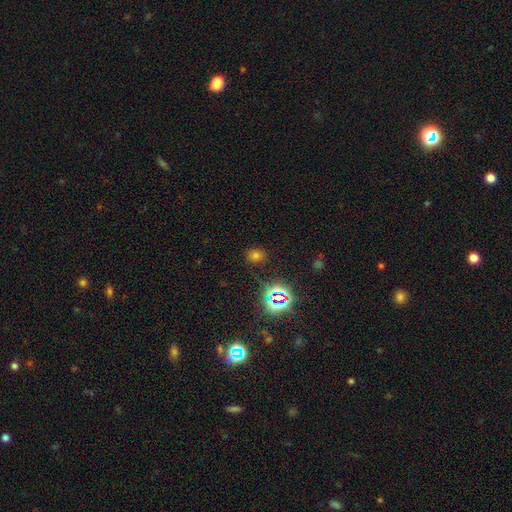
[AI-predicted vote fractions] smooth_or_featured: smooth (p=0.63) [alt: star or artifact p=0.30]
how_rounded: round (p=0.69) [alt: in between p=0.30]
merging: none (p=0.84) [alt: minor disturbance p=0.10]